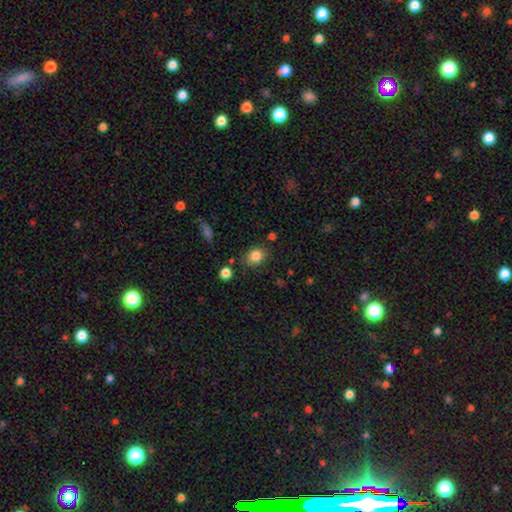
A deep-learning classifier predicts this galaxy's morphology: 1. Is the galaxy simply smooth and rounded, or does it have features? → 84% smooth, 10% star or artifact, 6% featured or disk.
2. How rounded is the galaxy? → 51% in between, 48% round, 1% cigar-shaped.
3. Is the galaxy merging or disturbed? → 77% none, 15% minor disturbance, 4% major disturbance, 4% merger.